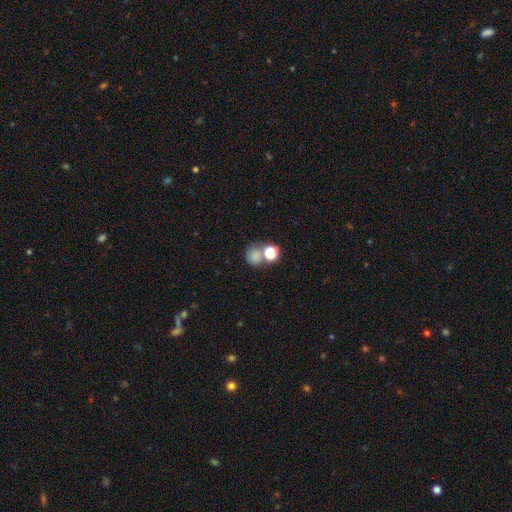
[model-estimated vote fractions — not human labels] Q: Smooth or featured?
A: smooth (74%); runner-up: star or artifact (17%)
Q: How rounded?
A: round (80%); runner-up: in between (19%)
Q: Merging?
A: none (46%); runner-up: merger (38%)